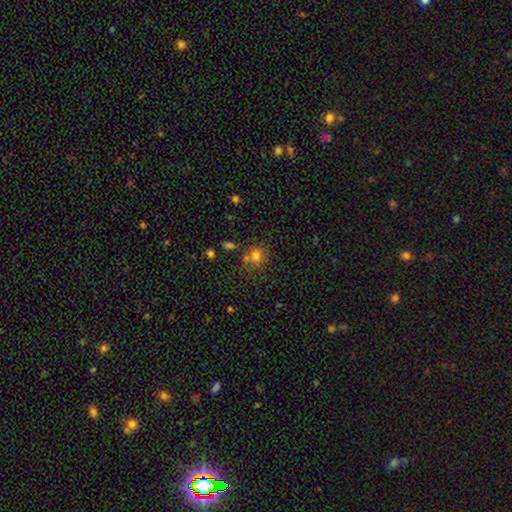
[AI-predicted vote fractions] The model was most divided on "merging": none: 66%, merger: 15%, minor disturbance: 14%, major disturbance: 5%. More confident: how rounded — round (83%); smooth or featured — smooth (77%).